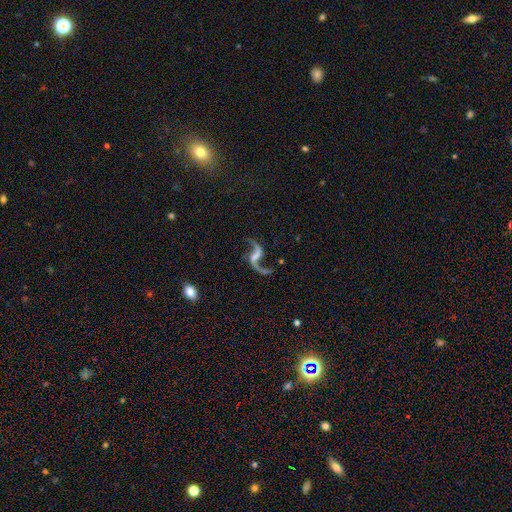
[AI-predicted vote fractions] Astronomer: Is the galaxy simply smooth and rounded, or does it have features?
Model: featured or disk — 90%.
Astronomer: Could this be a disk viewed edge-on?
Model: no — 97%.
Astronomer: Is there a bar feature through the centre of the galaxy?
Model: weak — 41% (runner-up: no, 36%).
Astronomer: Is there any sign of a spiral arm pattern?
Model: yes — 96%.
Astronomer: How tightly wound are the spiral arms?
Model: loose — 92%.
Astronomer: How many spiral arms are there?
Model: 2 — 93%.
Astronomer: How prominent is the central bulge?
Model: none — 37% (runner-up: small, 36%).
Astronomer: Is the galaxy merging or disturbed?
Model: none — 69%.